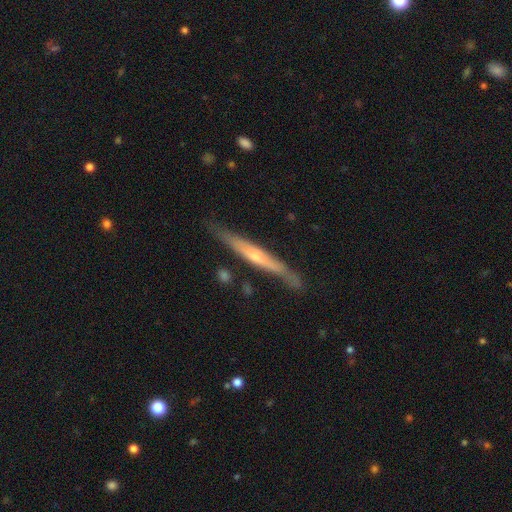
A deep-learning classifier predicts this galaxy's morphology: This is likely a featured or disk galaxy (67%). It is clearly viewed edge-on (94%). Edge-on bulge: likely rounded (62%). Merging: likely none (79%).